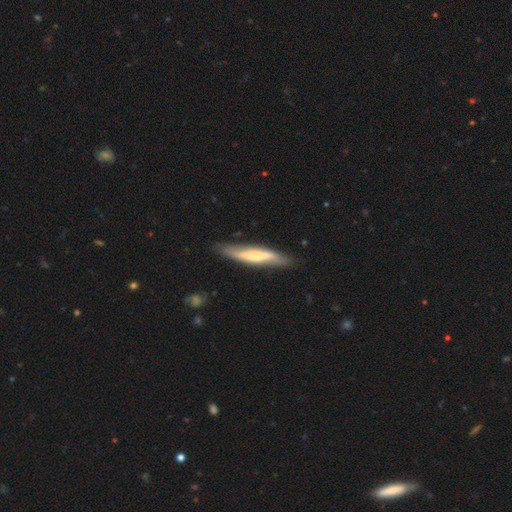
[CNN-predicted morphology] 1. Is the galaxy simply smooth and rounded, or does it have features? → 53% smooth, 41% featured or disk, 5% star or artifact.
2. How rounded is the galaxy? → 87% cigar-shaped, 11% in between, 1% round.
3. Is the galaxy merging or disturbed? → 77% none, 17% minor disturbance, 3% major disturbance, 2% merger.